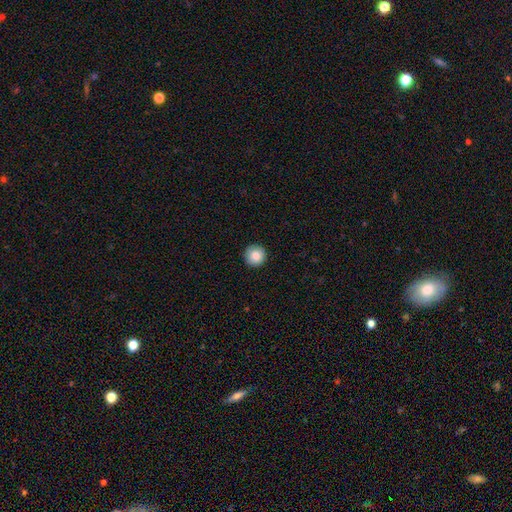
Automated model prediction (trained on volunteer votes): This appears to be a smooth galaxy with no disk features (84%) that is round (96%). Merging: none (92%).